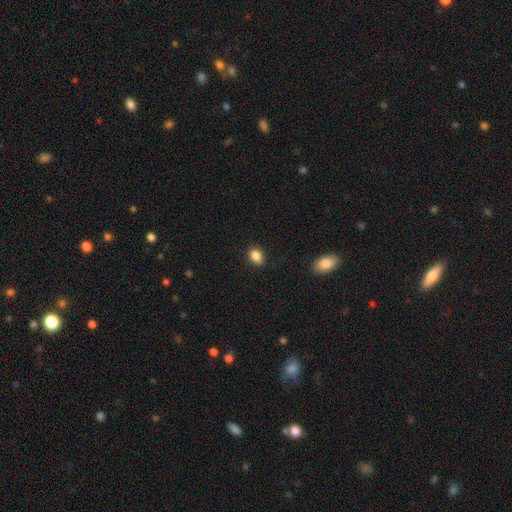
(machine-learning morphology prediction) Smooth or featured: smooth — 86% (star or artifact — 9%)
How rounded: in between — 70% (round — 29%)
Merging: none — 85% (minor disturbance — 12%)